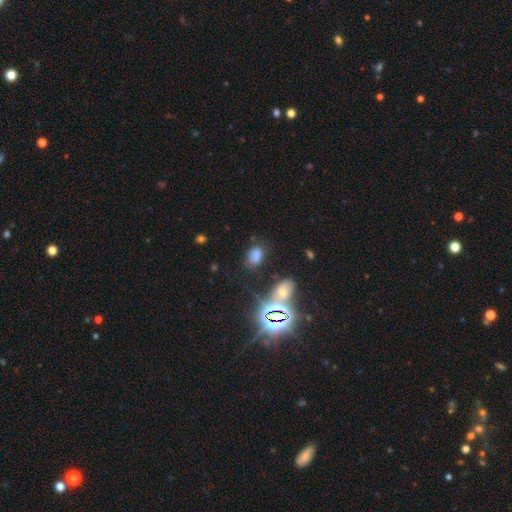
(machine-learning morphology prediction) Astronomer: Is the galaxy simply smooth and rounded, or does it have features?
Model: smooth — 67%.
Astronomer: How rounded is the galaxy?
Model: in between — 80%.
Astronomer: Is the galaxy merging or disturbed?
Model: none — 67%.